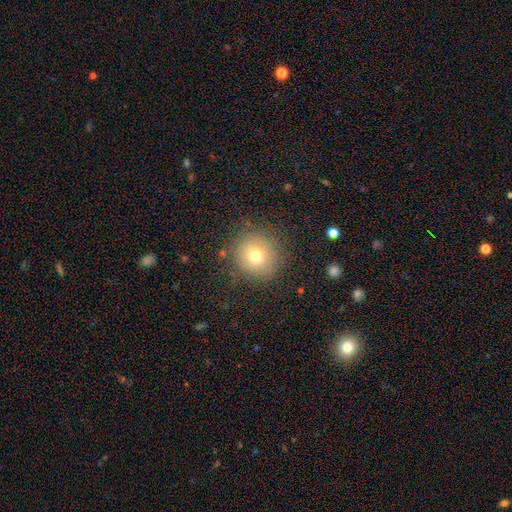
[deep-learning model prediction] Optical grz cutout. It shows a smooth galaxy with no disk features (71%) that is round (94%). Merging: none (84%).